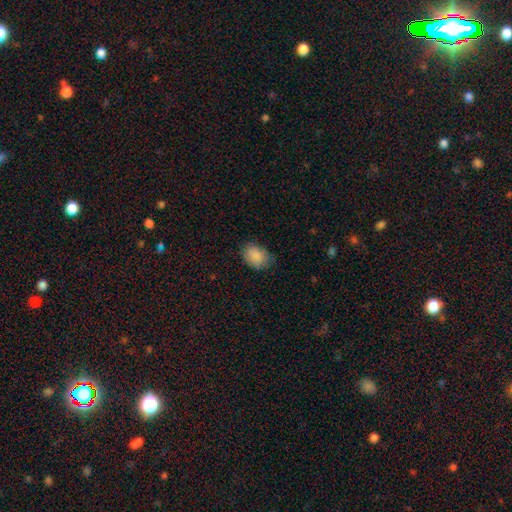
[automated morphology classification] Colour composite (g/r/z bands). It shows a smooth galaxy with no disk features (88%) that is in between round and cigar-shaped (74%). Merging: none (74%).